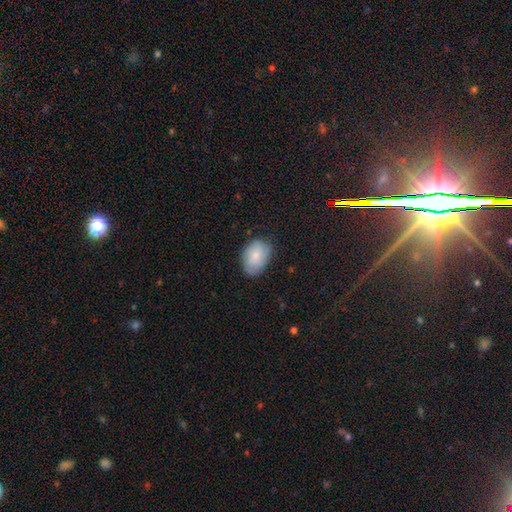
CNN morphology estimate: Smooth or featured: smooth — 78% (featured or disk — 15%)
How rounded: in between — 83% (round — 16%)
Merging: none — 75% (minor disturbance — 20%)